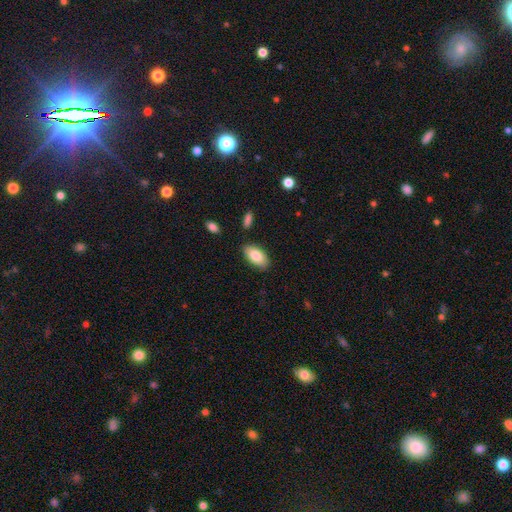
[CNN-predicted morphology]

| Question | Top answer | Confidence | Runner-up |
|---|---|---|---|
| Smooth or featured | smooth | 84% | featured or disk (10%) |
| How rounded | in between | 93% | cigar-shaped (4%) |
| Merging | none | 85% | minor disturbance (10%) |